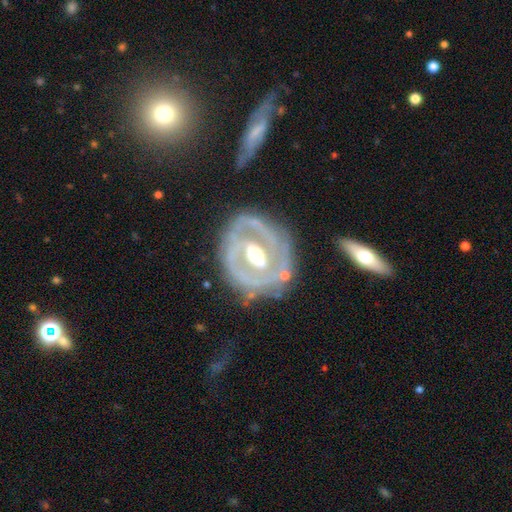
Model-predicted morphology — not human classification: The model was most divided on "bar": weak: 39%, strong: 38%, no: 24%. More confident: edge-on disk — no (96%); smooth or featured — featured or disk (82%); bulge size — moderate (73%); merging — none (67%); spiral arms — yes (63%).